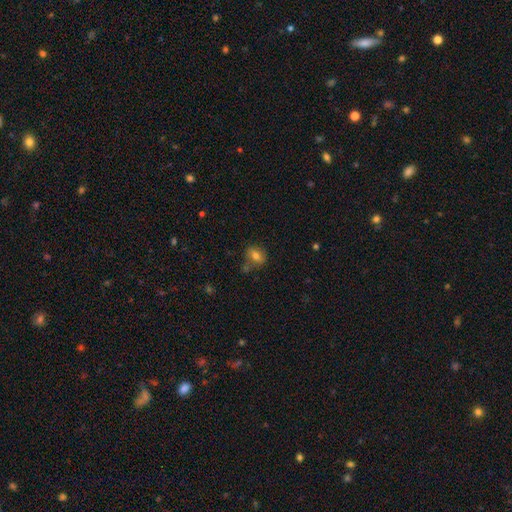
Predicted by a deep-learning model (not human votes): smooth 78%, star or artifact 11%, featured or disk 11%. Down the decision tree: how rounded — in between (60%); merging — none (67%).